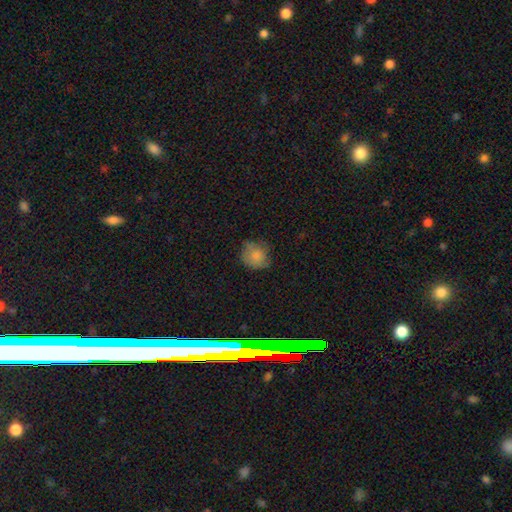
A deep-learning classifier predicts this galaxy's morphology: Smooth or featured? smooth (77%)
How rounded? round (76%)
Merging? none (60%)